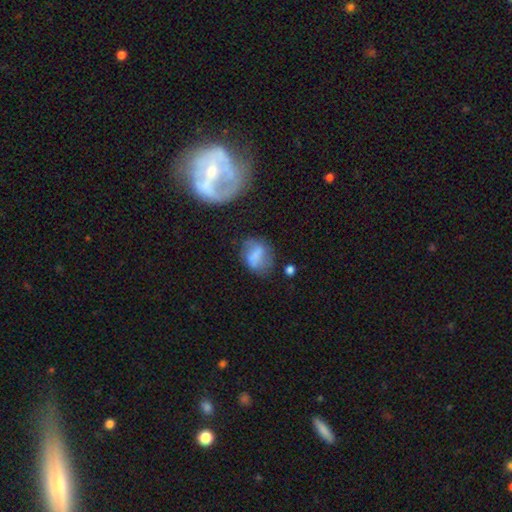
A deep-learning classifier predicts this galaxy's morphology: Smooth or featured? smooth (55%)
How rounded? in between (55%)
Merging? none (51%)